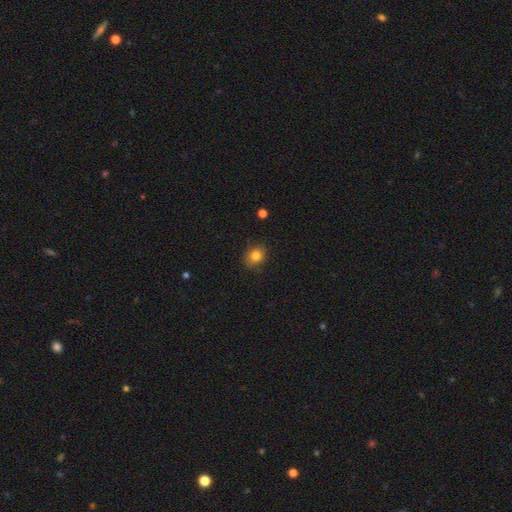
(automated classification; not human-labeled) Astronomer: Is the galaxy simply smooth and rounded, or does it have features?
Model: smooth — 81%.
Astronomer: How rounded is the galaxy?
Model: round — 63%.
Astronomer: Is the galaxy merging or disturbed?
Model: none — 82%.